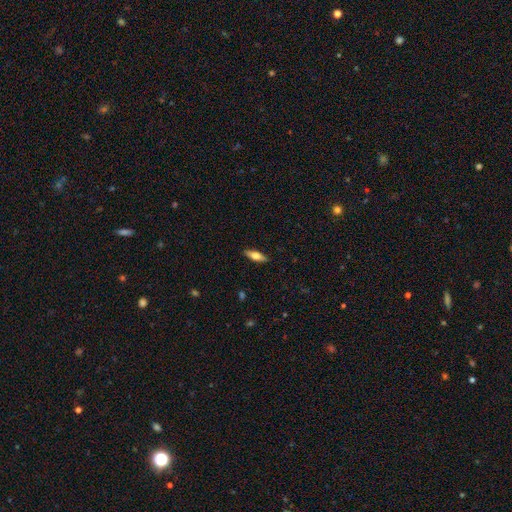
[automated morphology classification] Smooth or featured? Predicted: smooth (p=0.61). How rounded? Predicted: in between (p=0.58). Merging? Predicted: none (p=0.89).